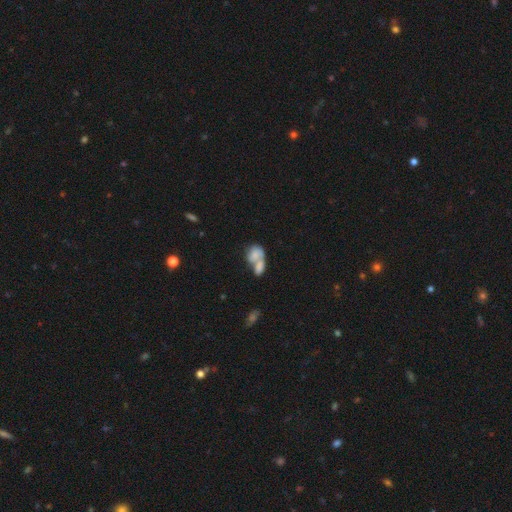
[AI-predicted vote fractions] Q: Smooth or featured?
A: smooth (70%); runner-up: featured or disk (21%)
Q: How rounded?
A: in between (79%); runner-up: round (18%)
Q: Merging?
A: merger (72%); runner-up: none (14%)